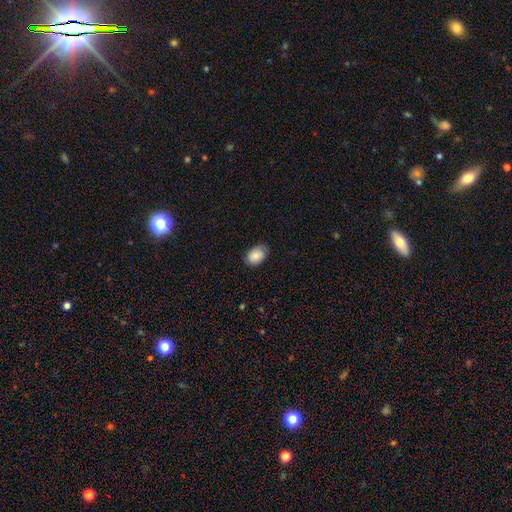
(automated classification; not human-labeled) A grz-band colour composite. It shows a smooth galaxy with no disk features (85%) that is in between round and cigar-shaped (86%). Merging: none (80%).